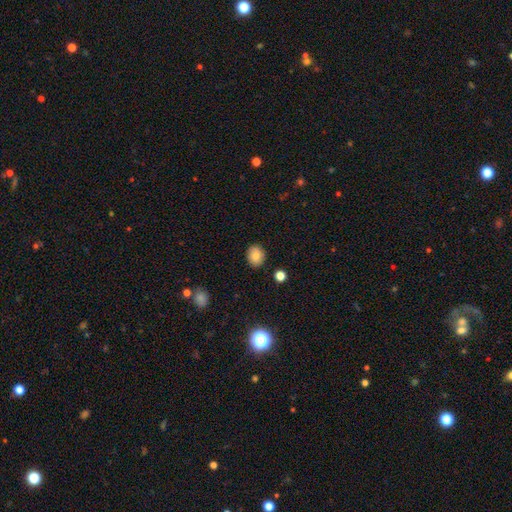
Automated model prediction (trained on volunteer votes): smooth 85%, star or artifact 9%, featured or disk 6%. Down the decision tree: how rounded — round (57%); merging — none (88%).